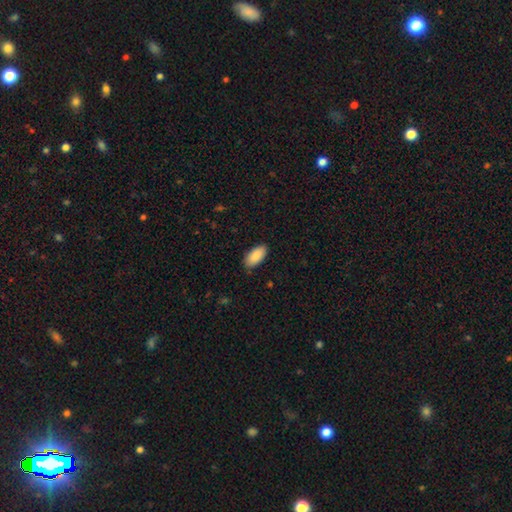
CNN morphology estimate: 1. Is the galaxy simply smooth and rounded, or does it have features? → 89% smooth, 6% star or artifact, 5% featured or disk.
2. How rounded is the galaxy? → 93% in between, 5% cigar-shaped, 2% round.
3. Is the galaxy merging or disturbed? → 86% none, 11% minor disturbance, 2% major disturbance, 1% merger.